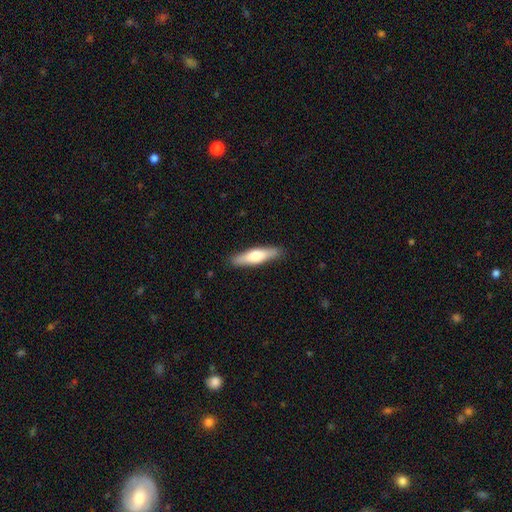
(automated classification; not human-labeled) This is possibly a smooth galaxy (59%). How rounded: likely cigar-shaped (77%). Merging: clearly none (89%).